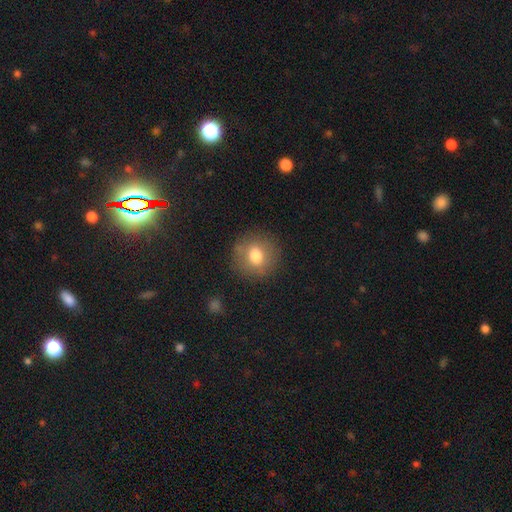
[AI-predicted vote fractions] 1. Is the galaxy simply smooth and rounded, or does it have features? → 76% smooth, 14% featured or disk, 10% star or artifact.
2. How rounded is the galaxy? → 86% round, 13% in between, 1% cigar-shaped.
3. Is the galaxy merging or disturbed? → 85% none, 10% minor disturbance, 4% major disturbance, 2% merger.